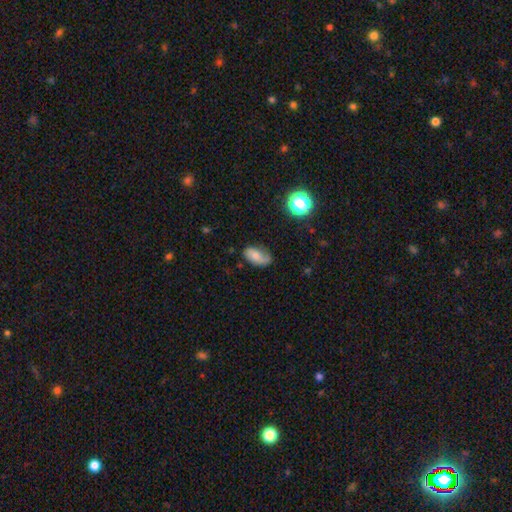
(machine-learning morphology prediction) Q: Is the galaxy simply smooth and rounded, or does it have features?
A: smooth — 59%.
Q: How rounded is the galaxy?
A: in between — 90%.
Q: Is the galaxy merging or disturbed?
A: none — 55%.